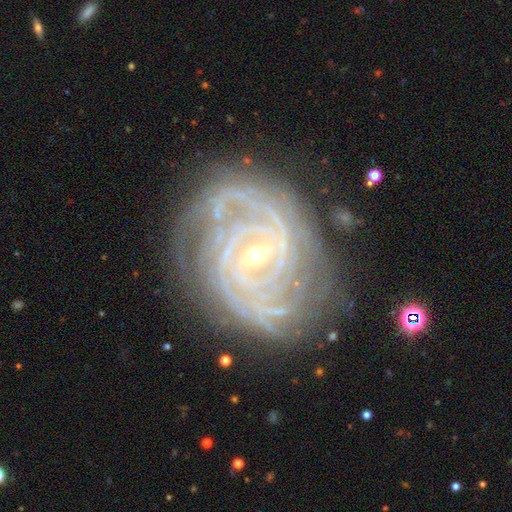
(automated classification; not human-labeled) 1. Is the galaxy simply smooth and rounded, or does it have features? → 90% featured or disk, 6% star or artifact, 4% smooth.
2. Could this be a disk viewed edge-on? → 97% no, 3% yes.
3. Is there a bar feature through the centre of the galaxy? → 42% weak, 34% strong, 25% no.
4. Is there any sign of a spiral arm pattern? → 98% yes, 2% no.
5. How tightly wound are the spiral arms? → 81% tight, 16% medium, 3% loose.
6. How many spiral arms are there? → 23% can't tell, 22% 4, 18% 3, 16% 2, 13% more than 4, 8% 1.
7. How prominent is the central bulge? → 70% small, 27% moderate, 1% large, 1% none, 1% dominant.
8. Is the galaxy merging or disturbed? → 75% none, 17% minor disturbance, 6% major disturbance, 2% merger.